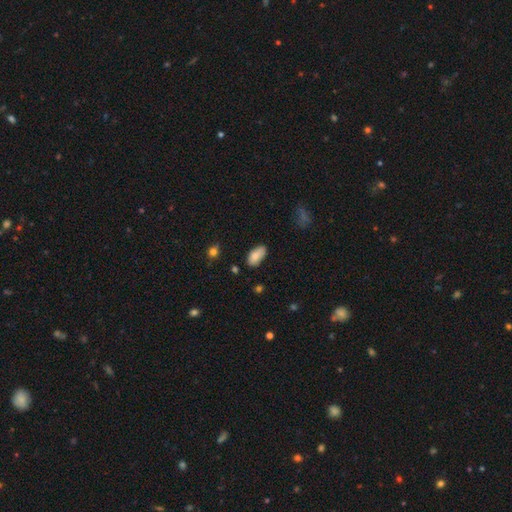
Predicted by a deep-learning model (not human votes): Smooth or featured? Predicted: smooth (p=0.83). How rounded? Predicted: in between (p=0.93). Merging? Predicted: none (p=0.72).